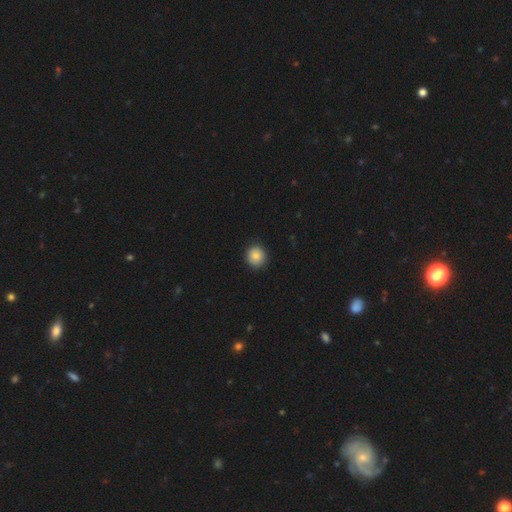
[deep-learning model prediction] Overall: smooth (85%). How rounded: round (91%). Merging: none (90%).